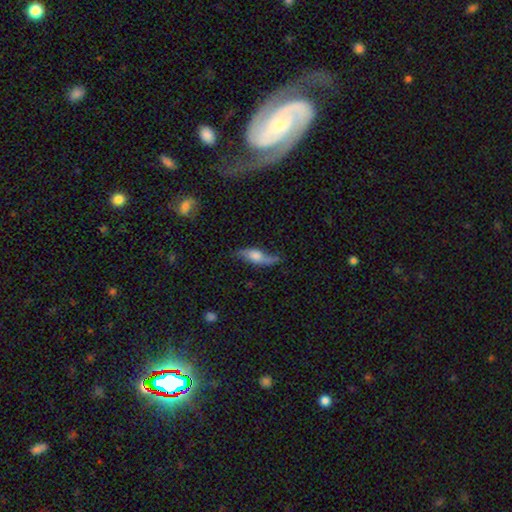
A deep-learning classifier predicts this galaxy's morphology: smooth-or-featured: featured or disk: 50% | smooth: 43% | star or artifact: 7%
  merging: none: 60% | minor disturbance: 28% | major disturbance: 10% | merger: 3%